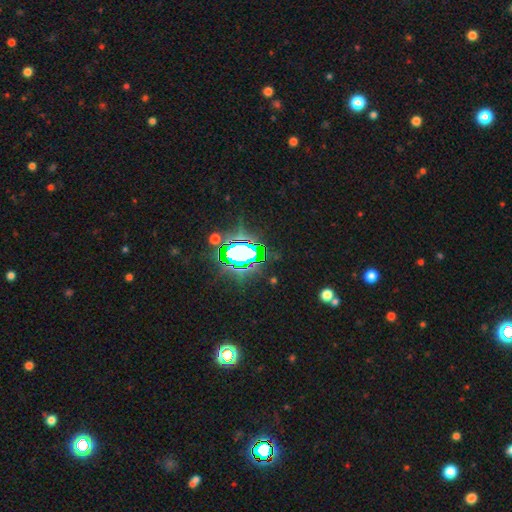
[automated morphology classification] This appears to be a star or artifact, not a galaxy (81%).